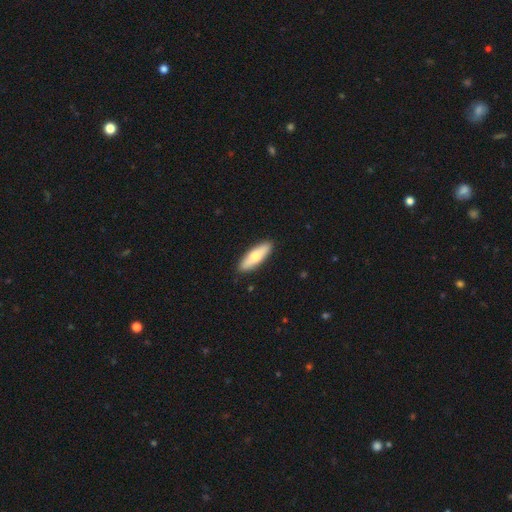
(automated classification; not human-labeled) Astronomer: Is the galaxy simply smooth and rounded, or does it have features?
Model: smooth — 62%.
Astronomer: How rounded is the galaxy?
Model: cigar-shaped — 52% (runner-up: in between, 46%).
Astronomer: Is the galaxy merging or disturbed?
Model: none — 91%.